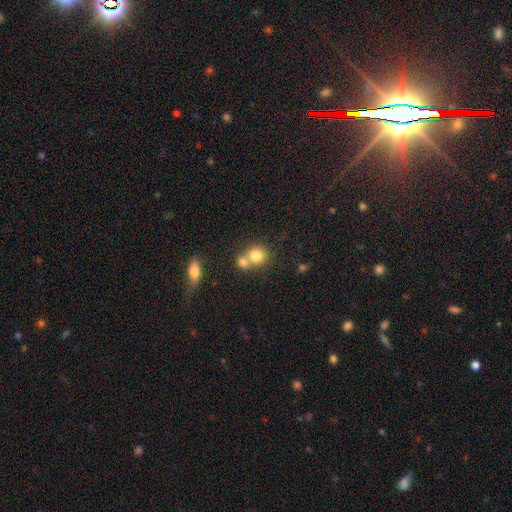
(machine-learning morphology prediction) smooth_or_featured: smooth (p=0.80) [alt: featured or disk p=0.11]
how_rounded: round (p=0.80) [alt: in between p=0.18]
merging: merger (p=0.52) [alt: none p=0.39]